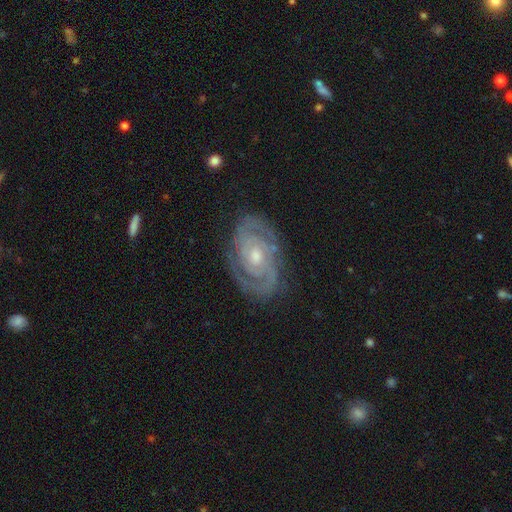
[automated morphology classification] featured or disk 90%, smooth 5%, star or artifact 5%. Down the decision tree: edge-on disk — no (97%); bar — no (67%); spiral arms — yes (97%); spiral arm count — 2 (73%); spiral winding — tight (73%); bulge size — moderate (54%); merging — none (81%).